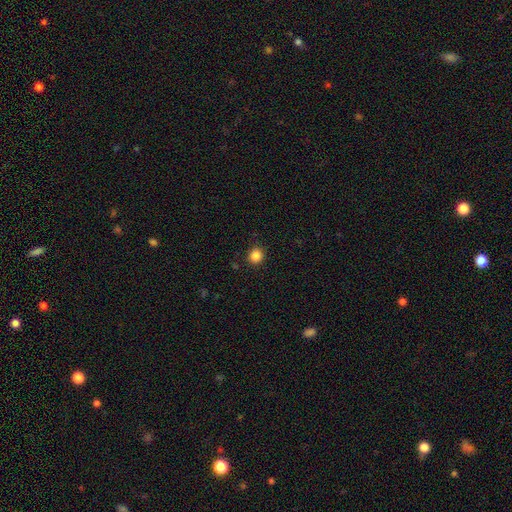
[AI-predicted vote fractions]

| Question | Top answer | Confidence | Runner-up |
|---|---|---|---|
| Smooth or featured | smooth | 85% | star or artifact (12%) |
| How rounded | round | 91% | in between (8%) |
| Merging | none | 90% | minor disturbance (6%) |